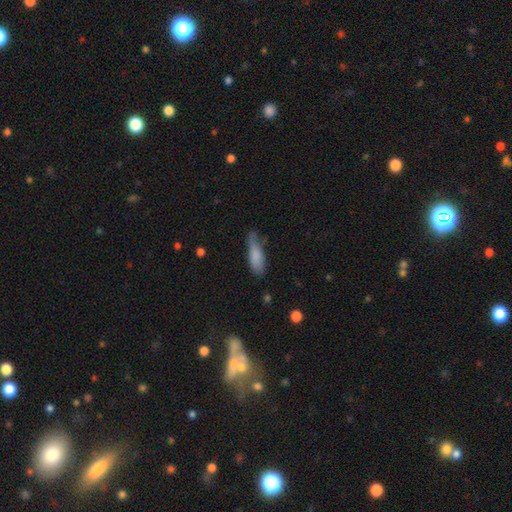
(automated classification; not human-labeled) smooth_or_featured: smooth (p=0.82) [alt: featured or disk p=0.11]
how_rounded: in between (p=0.51) [alt: cigar-shaped p=0.47]
merging: none (p=0.54) [alt: minor disturbance p=0.35]